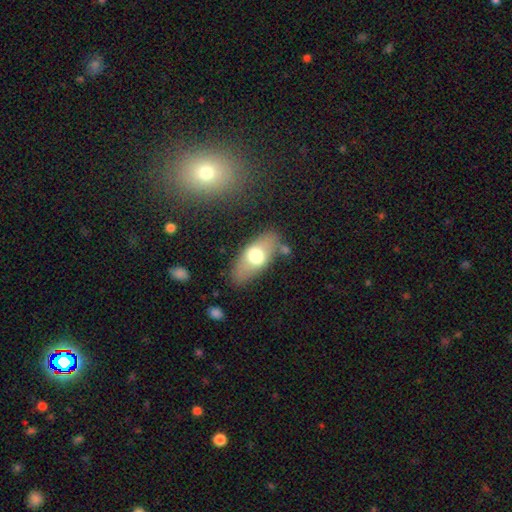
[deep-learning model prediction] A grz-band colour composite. It shows a smooth galaxy with no disk features (64%) that is in between round and cigar-shaped (85%). Merging: none (75%).